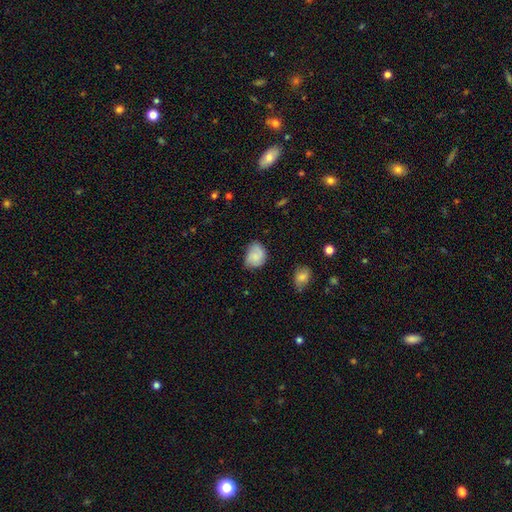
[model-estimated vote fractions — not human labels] Smooth or featured?
  - smooth: 73% *
  - featured or disk: 19%
  - star or artifact: 8%
How rounded?
  - in between: 56% *
  - round: 43%
  - cigar-shaped: 1%
Merging?
  - none: 54% *
  - minor disturbance: 35%
  - major disturbance: 9%
  - merger: 2%